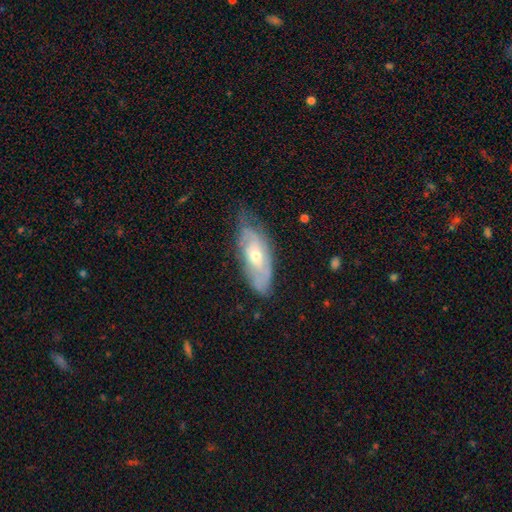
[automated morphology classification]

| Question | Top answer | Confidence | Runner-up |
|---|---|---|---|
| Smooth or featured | featured or disk | 68% | smooth (26%) |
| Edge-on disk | no | 86% | yes (14%) |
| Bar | no | 75% | weak (21%) |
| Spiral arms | yes | 77% | no (23%) |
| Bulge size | moderate | 51% | small (46%) |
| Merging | none | 62% | minor disturbance (28%) |